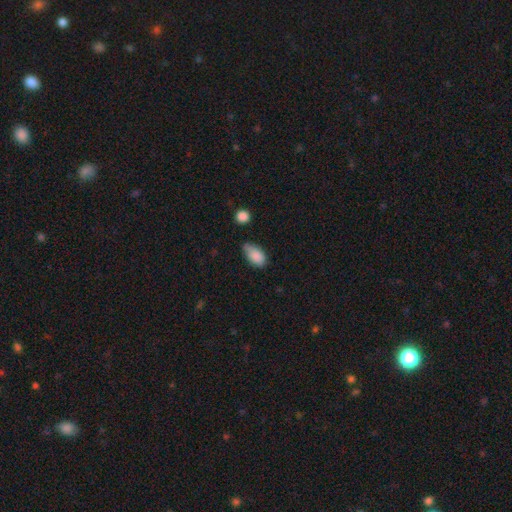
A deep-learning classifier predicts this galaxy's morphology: smooth_or_featured: smooth (p=0.86) [alt: star or artifact p=0.08]
how_rounded: in between (p=0.92) [alt: round p=0.05]
merging: none (p=0.45) [alt: minor disturbance p=0.42]